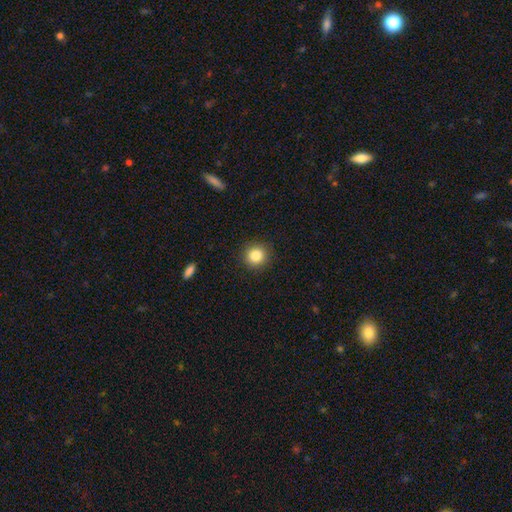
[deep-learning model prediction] This is clearly a smooth galaxy (84%). How rounded: clearly round (93%). Merging: clearly none (91%).